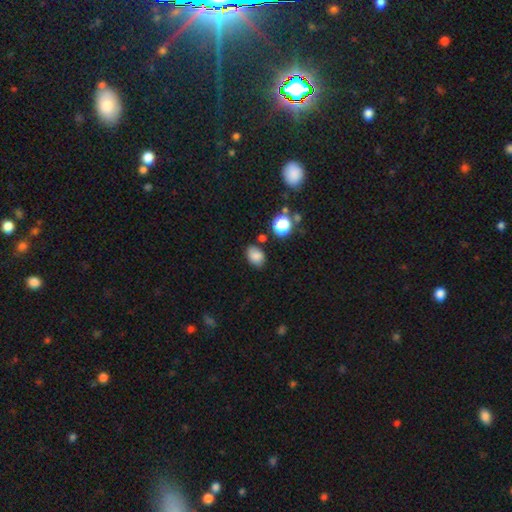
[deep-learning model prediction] The model was most divided on "how rounded": in between: 73%, round: 26%, cigar-shaped: 1%. More confident: smooth or featured — smooth (81%); merging — none (74%).